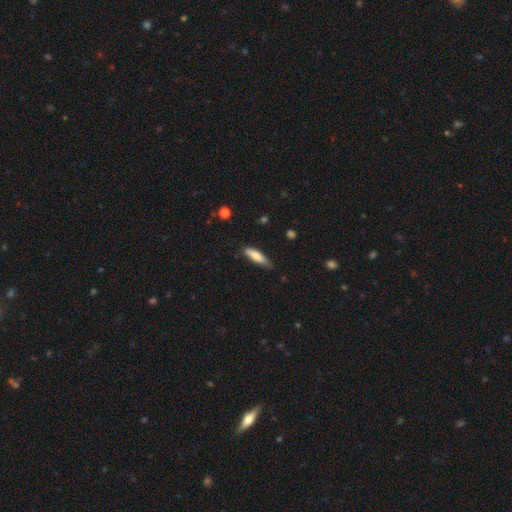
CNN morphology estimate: smooth_or_featured: smooth (p=0.75) [alt: featured or disk p=0.19]
how_rounded: cigar-shaped (p=0.68) [alt: in between p=0.30]
merging: none (p=0.75) [alt: minor disturbance p=0.20]